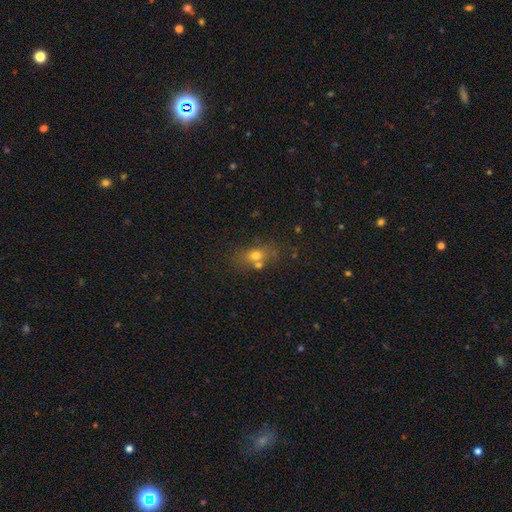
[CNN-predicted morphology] The model was most divided on "how rounded": in between: 60%, round: 35%, cigar-shaped: 5%. More confident: smooth or featured — smooth (68%); merging — none (59%).